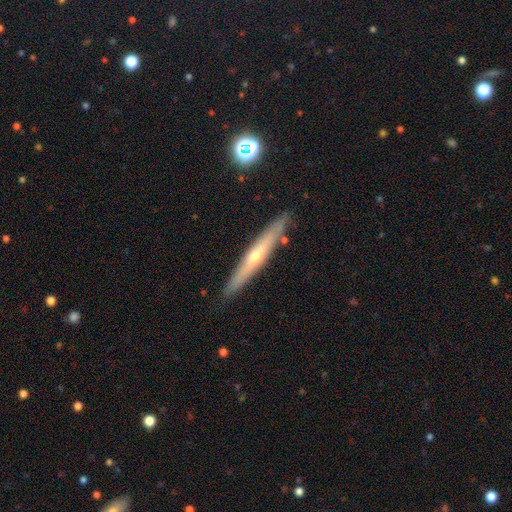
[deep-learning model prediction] smooth-or-featured: featured or disk: 58% | smooth: 36% | star or artifact: 6%
  disk-edge-on: yes: 92% | no: 8%
    edge-on-bulge: rounded: 76% | none: 21% | boxy: 3%
  merging: none: 87% | minor disturbance: 9% | merger: 2% | major disturbance: 2%